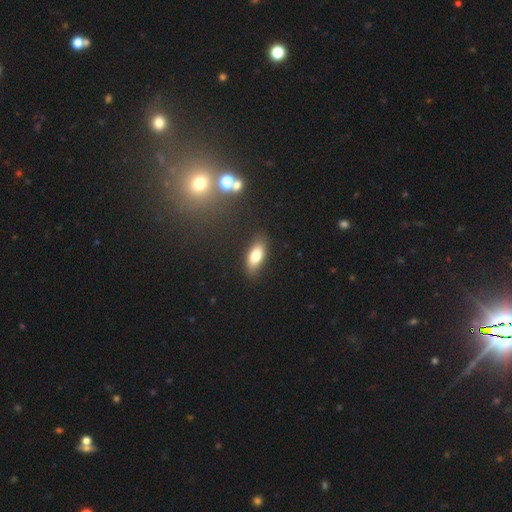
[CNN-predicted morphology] smooth_or_featured: smooth (p=0.78) [alt: featured or disk p=0.14]
how_rounded: in between (p=0.82) [alt: cigar-shaped p=0.15]
merging: none (p=0.85) [alt: minor disturbance p=0.11]